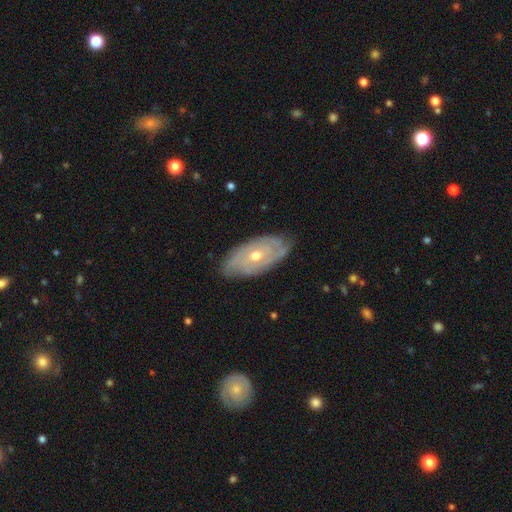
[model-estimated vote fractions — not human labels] Morphology: type=featured or disk (75%); edge-on=no (90%); bar=no (80%); spiral arms=yes (81%); winding=tight (73%); arm count=can't tell (53%); bulge=moderate (58%); merging=none (78%).